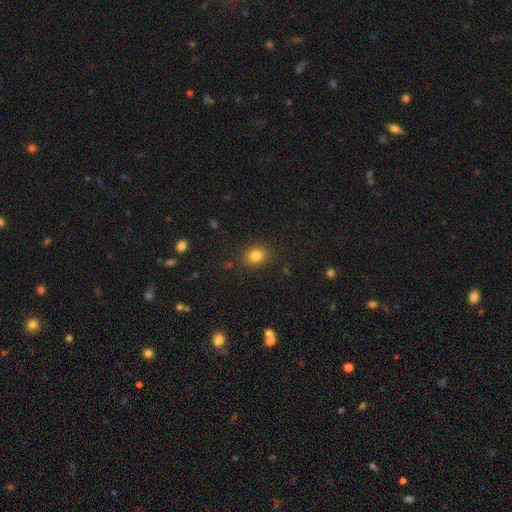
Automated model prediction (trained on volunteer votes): Smooth or featured? smooth (82%)
How rounded? round (58%)
Merging? none (87%)